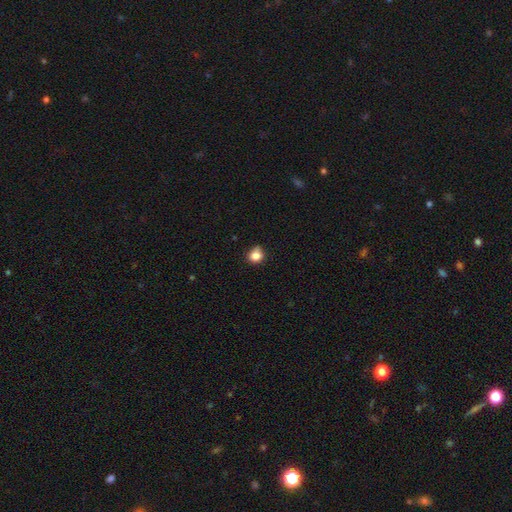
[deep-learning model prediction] Overall: smooth (83%). How rounded: round (72%). Merging: none (61%; minor disturbance 30%).